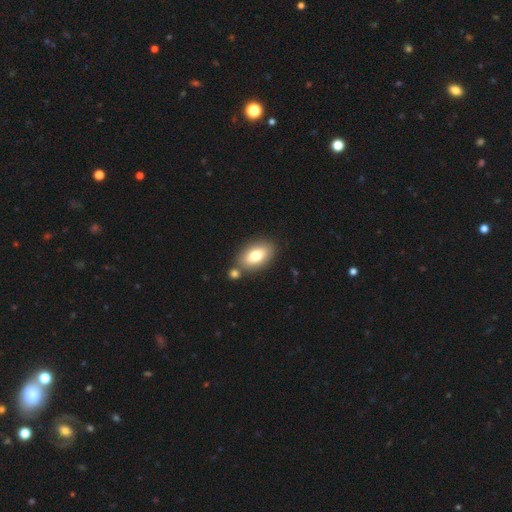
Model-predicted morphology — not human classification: Smooth or featured: smooth — 75% (featured or disk — 18%)
How rounded: in between — 91% (round — 7%)
Merging: none — 70% (merger — 17%)